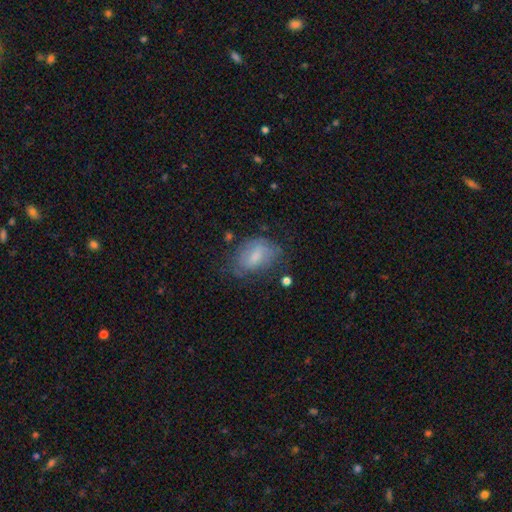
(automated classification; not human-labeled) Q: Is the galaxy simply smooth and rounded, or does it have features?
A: smooth — 59%.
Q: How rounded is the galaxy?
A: in between — 83%.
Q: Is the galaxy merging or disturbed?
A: none — 53%.